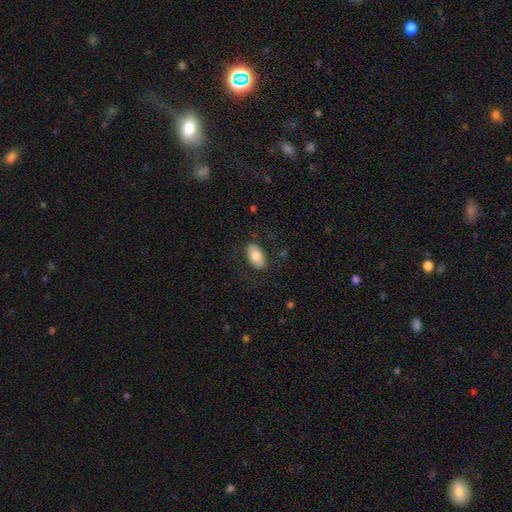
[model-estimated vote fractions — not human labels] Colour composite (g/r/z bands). It shows a smooth galaxy with no disk features (74%) that is in between round and cigar-shaped (93%). Merging: none (79%).